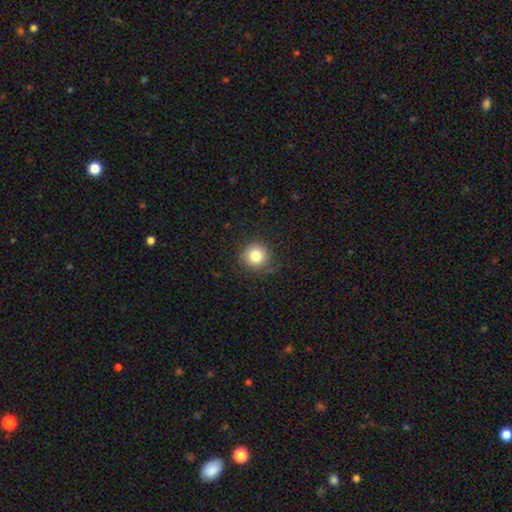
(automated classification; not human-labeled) Smooth or featured: smooth — 82% (star or artifact — 10%)
How rounded: round — 93% (in between — 6%)
Merging: none — 81% (minor disturbance — 14%)